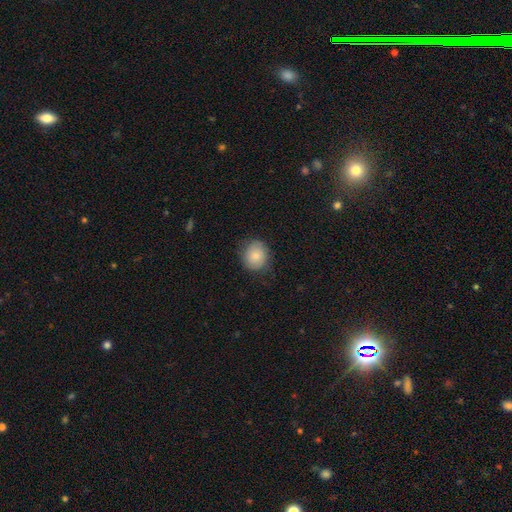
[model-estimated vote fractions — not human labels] Morphology: type=smooth (82%); roundness=round (78%); merging=none (79%).